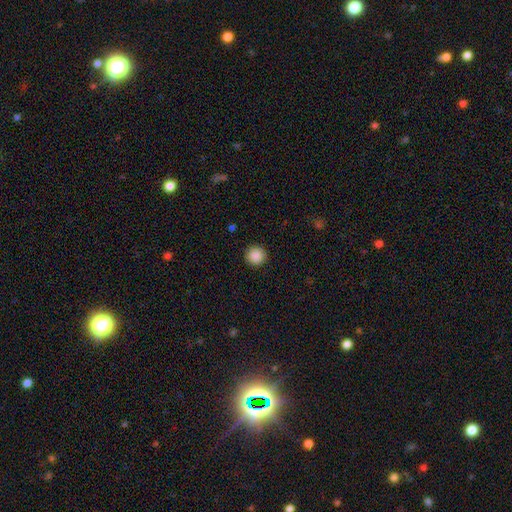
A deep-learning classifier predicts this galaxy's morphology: A smooth galaxy with no disk features (88%) that is round (95%).

Vote fractions:
- Smooth or featured? smooth: 88% / star or artifact: 9% / featured or disk: 3%
- How rounded? round: 95% / in between: 4% / cigar-shaped: 1%
- Merging? none: 92% / minor disturbance: 5% / major disturbance: 2% / merger: 1%